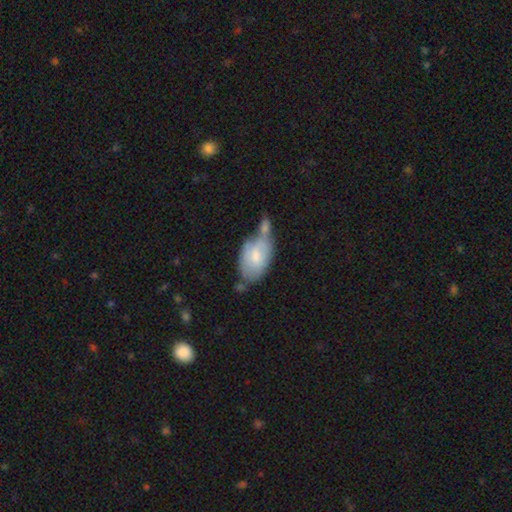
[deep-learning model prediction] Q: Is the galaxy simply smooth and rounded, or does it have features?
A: smooth — 66%.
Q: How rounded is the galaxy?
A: in between — 93%.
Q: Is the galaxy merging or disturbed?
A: merger — 39%.